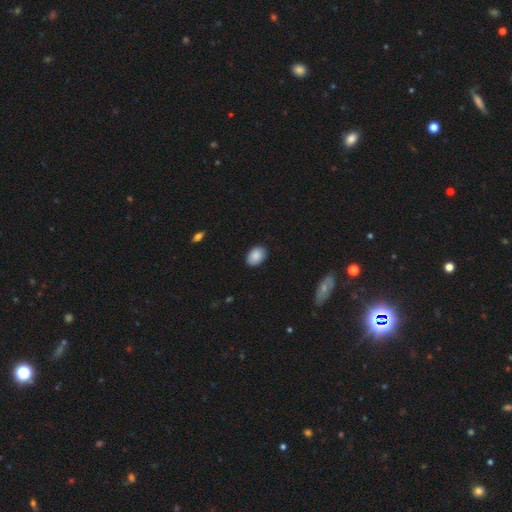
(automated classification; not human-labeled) Smooth or featured? Predicted: smooth (p=0.89). How rounded? Predicted: in between (p=0.82). Merging? Predicted: none (p=0.88).